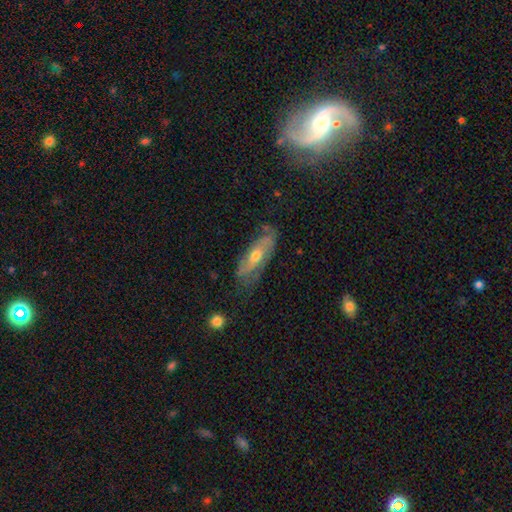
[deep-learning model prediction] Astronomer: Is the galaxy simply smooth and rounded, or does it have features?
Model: featured or disk — 55% (runner-up: smooth, 38%).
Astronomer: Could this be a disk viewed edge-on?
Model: no — 70%.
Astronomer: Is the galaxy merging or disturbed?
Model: none — 62%.